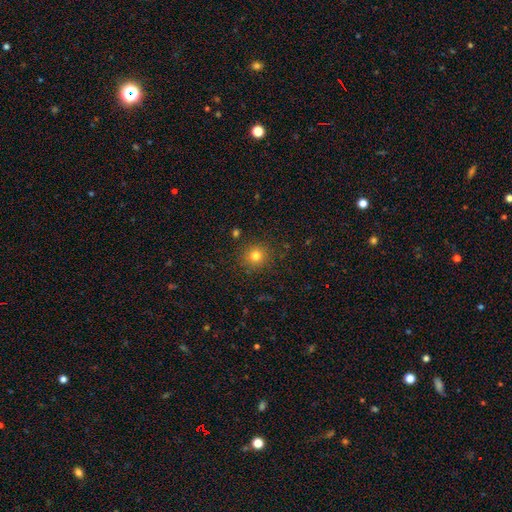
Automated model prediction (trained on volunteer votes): Q: Smooth or featured?
A: smooth (79%); runner-up: star or artifact (14%)
Q: How rounded?
A: round (91%); runner-up: in between (8%)
Q: Merging?
A: none (89%); runner-up: minor disturbance (7%)